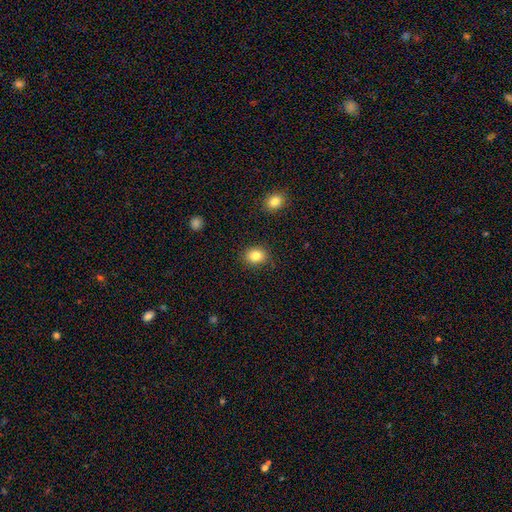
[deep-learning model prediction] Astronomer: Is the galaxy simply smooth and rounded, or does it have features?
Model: smooth — 84%.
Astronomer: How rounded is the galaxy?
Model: round — 54% (runner-up: in between, 45%).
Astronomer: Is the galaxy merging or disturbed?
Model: none — 86%.